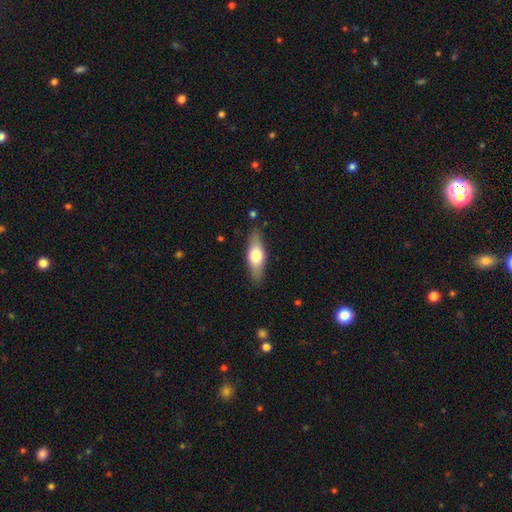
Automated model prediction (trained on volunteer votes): Smooth or featured? smooth (56%)
How rounded? in between (58%)
Merging? none (83%)